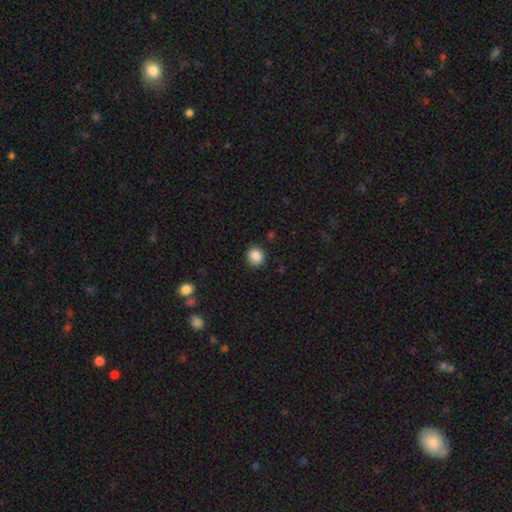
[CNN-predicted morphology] Smooth or featured?
  - smooth: 87% *
  - star or artifact: 9%
  - featured or disk: 4%
How rounded?
  - round: 82% *
  - in between: 17%
  - cigar-shaped: 1%
Merging?
  - none: 87% *
  - minor disturbance: 9%
  - major disturbance: 2%
  - merger: 1%